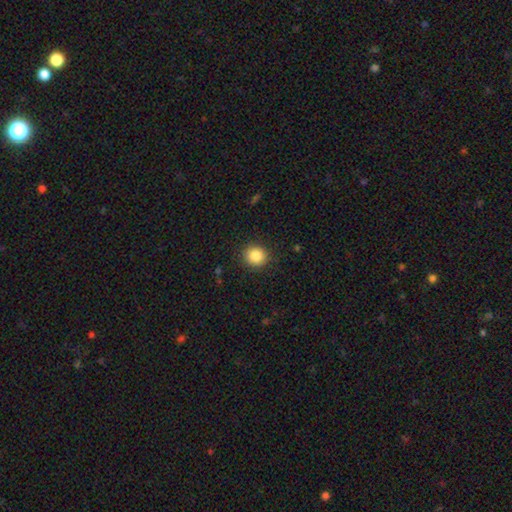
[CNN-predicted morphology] Q: Smooth or featured?
A: smooth (86%); runner-up: star or artifact (10%)
Q: How rounded?
A: round (88%); runner-up: in between (11%)
Q: Merging?
A: none (89%); runner-up: minor disturbance (7%)